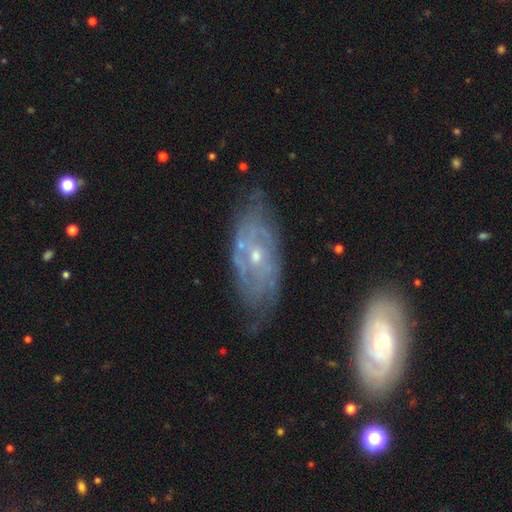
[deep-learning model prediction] This is clearly a featured or disk galaxy (80%). It is clearly not viewed edge-on (92%). Bar: likely no (75%). Spiral arm pattern: clearly yes (81%). Spiral arm count: possibly can't tell (49%). Spiral winding: likely tight (64%). Central bulge: likely small (62%). Merging: likely none (62%).